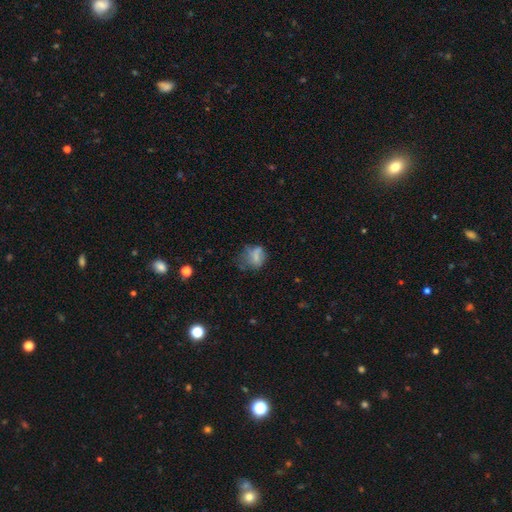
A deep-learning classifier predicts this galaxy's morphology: Smooth or featured? Predicted: smooth (p=0.59). How rounded? Predicted: round (p=0.49, tied with in between). Merging? Predicted: none (p=0.38).